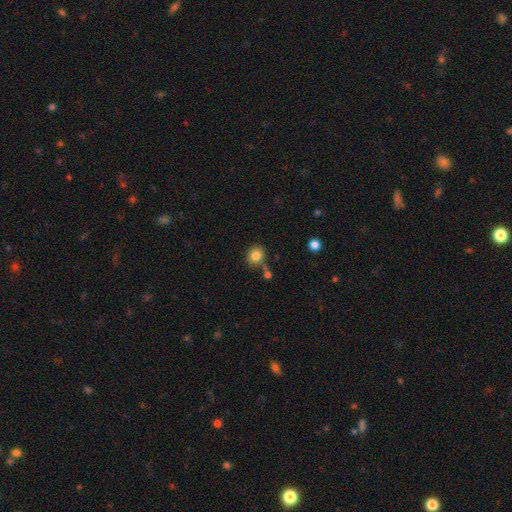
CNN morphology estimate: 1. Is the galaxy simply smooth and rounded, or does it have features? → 84% smooth, 10% star or artifact, 6% featured or disk.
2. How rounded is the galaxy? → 78% round, 21% in between, 1% cigar-shaped.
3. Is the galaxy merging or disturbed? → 74% none, 12% minor disturbance, 11% merger, 3% major disturbance.